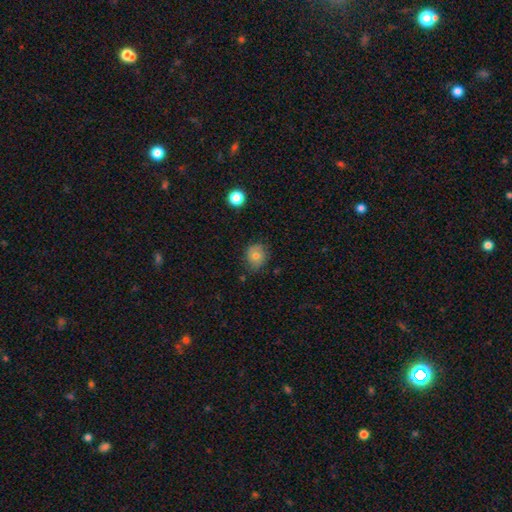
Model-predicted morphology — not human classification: Smooth or featured? smooth (71%)
How rounded? round (75%)
Merging? none (73%)